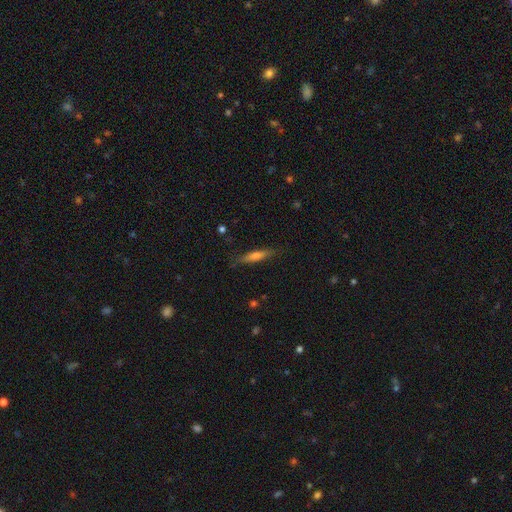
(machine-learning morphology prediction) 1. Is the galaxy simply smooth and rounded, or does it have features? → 53% smooth, 40% featured or disk, 7% star or artifact.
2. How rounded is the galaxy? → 86% cigar-shaped, 12% in between, 2% round.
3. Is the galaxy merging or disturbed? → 85% none, 12% minor disturbance, 3% major disturbance, 1% merger.